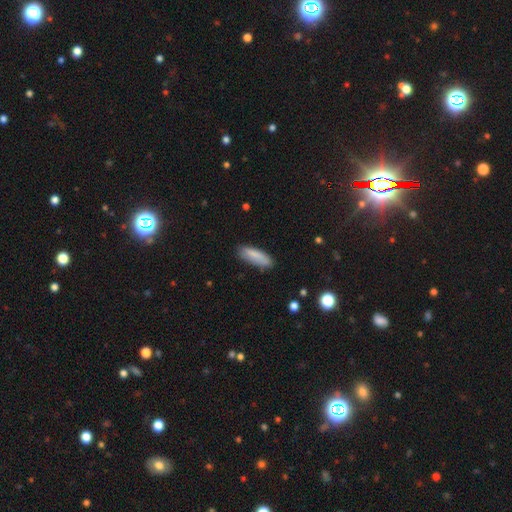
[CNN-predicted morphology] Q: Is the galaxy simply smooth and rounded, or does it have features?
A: smooth — 84%.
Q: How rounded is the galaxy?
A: cigar-shaped — 51%.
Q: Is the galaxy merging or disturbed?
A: none — 80%.